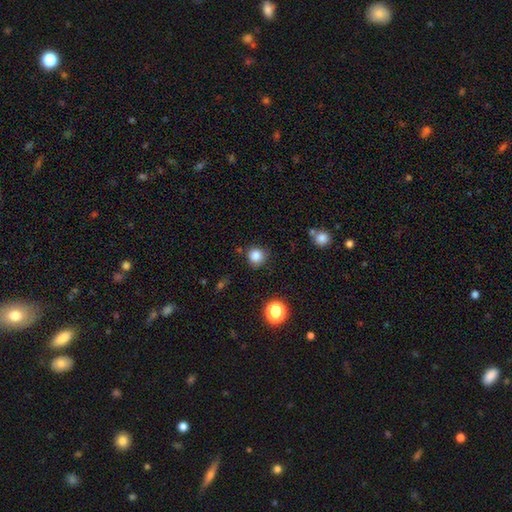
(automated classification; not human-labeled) Smooth or featured? Predicted: smooth (p=0.83). How rounded? Predicted: round (p=0.91). Merging? Predicted: none (p=0.83).